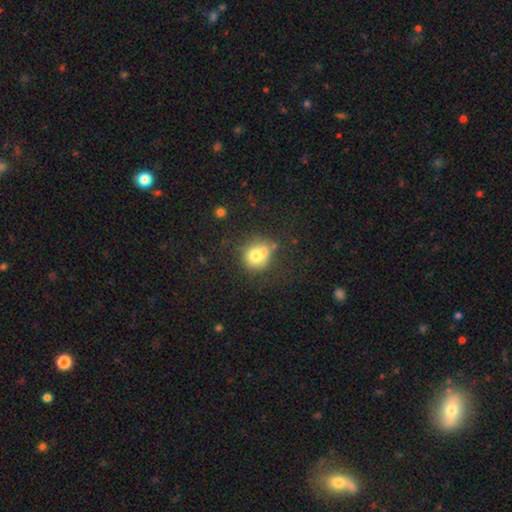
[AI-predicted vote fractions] Morphology: type=smooth (72%); roundness=round (83%); merging=none (54%).